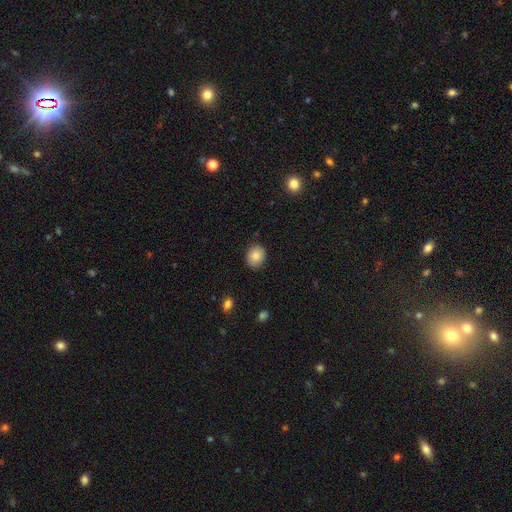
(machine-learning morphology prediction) Q: Smooth or featured?
A: smooth (84%); runner-up: star or artifact (8%)
Q: How rounded?
A: round (61%); runner-up: in between (38%)
Q: Merging?
A: none (88%); runner-up: minor disturbance (9%)